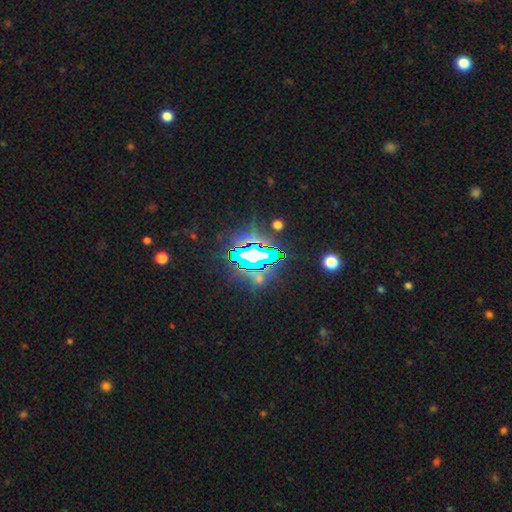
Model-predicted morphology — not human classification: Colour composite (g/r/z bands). It shows a star or artifact, not a galaxy (77%).